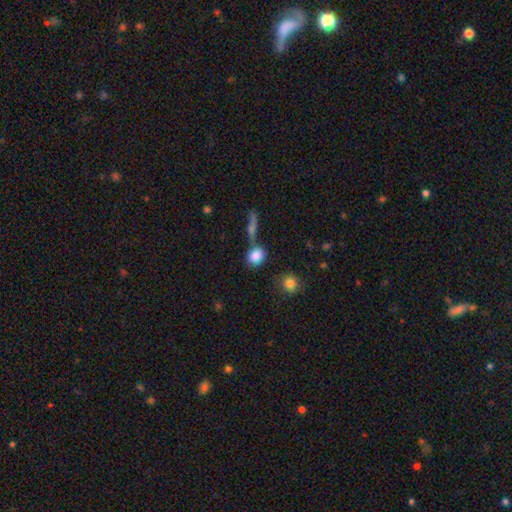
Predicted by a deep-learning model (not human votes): Smooth or featured?
  - smooth: 84% *
  - star or artifact: 9%
  - featured or disk: 7%
How rounded?
  - round: 70% *
  - in between: 27%
  - cigar-shaped: 3%
Merging?
  - none: 60% *
  - merger: 23%
  - minor disturbance: 11%
  - major disturbance: 5%